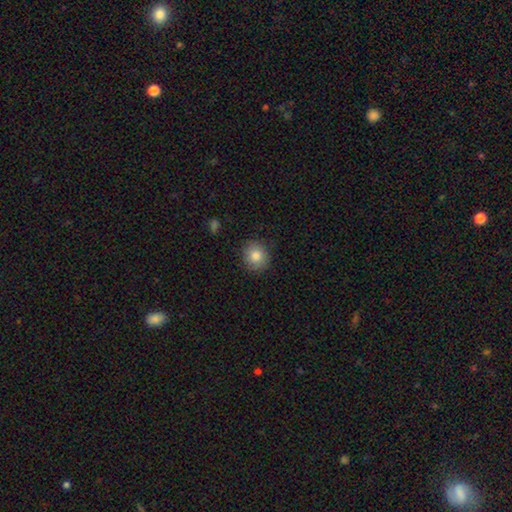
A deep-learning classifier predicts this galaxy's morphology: Q: Smooth or featured?
A: smooth (84%); runner-up: star or artifact (9%)
Q: How rounded?
A: round (85%); runner-up: in between (14%)
Q: Merging?
A: none (88%); runner-up: minor disturbance (9%)